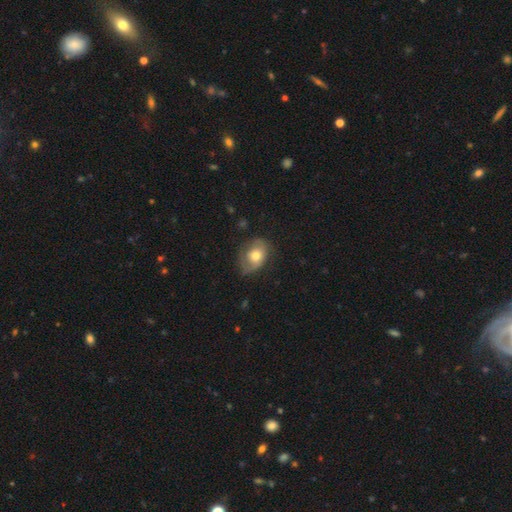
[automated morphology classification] type=smooth (59%); roundness=in between (70%); merging=none (55%).